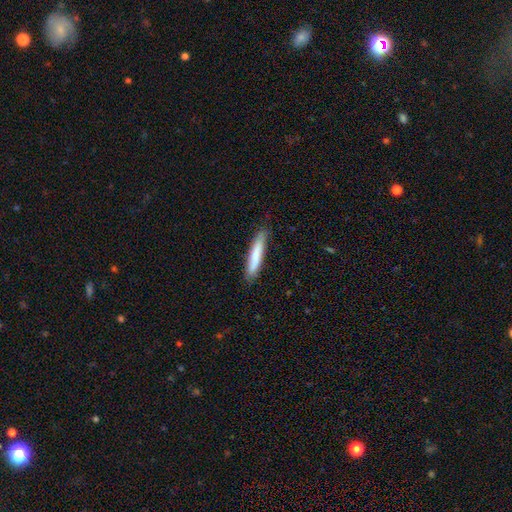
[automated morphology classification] smooth_or_featured: smooth (p=0.76) [alt: featured or disk p=0.18]
how_rounded: cigar-shaped (p=0.91) [alt: in between p=0.08]
merging: none (p=0.83) [alt: minor disturbance p=0.14]